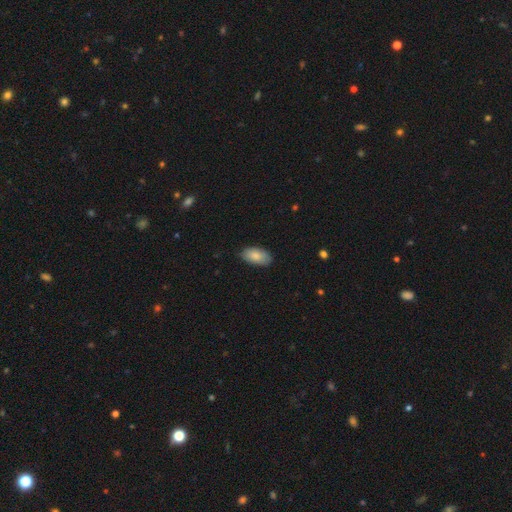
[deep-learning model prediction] This is clearly a smooth galaxy (84%). How rounded: clearly in between (94%). Merging: likely none (80%).